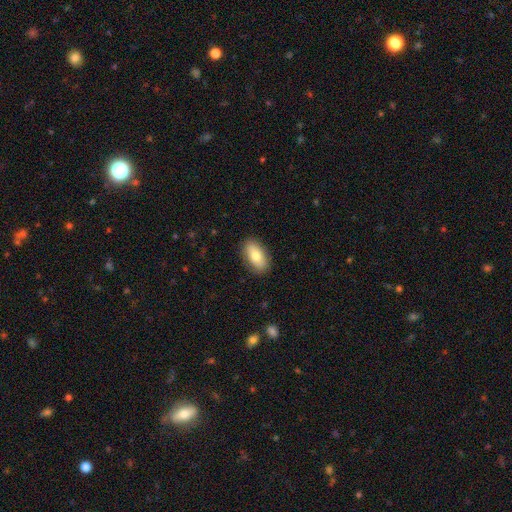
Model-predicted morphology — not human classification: Q: Smooth or featured?
A: smooth (78%); runner-up: featured or disk (16%)
Q: How rounded?
A: in between (91%); runner-up: cigar-shaped (5%)
Q: Merging?
A: none (87%); runner-up: minor disturbance (10%)